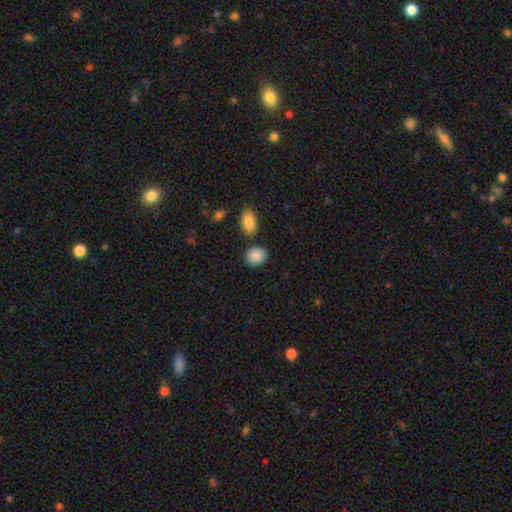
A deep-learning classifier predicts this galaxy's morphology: This appears to be a smooth galaxy with no disk features (89%) that is in between round and cigar-shaped (52%). Merging: none (78%).